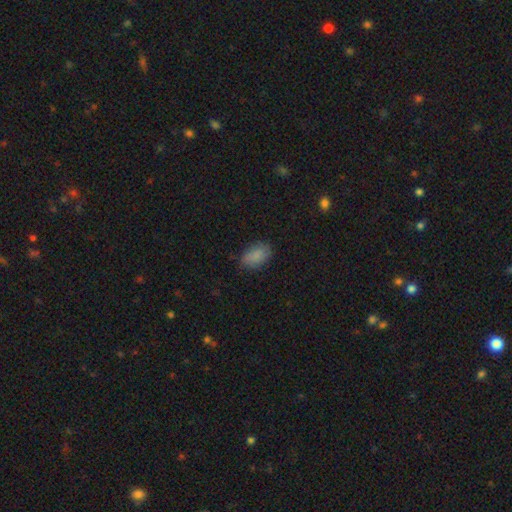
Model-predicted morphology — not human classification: type=smooth (85%); roundness=in between (91%); merging=none (77%).